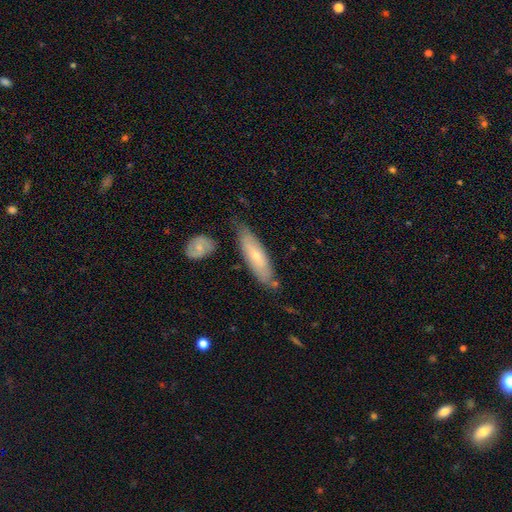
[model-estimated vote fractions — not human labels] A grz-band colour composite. It shows a smooth galaxy with no disk features (50%) that is cigar-shaped (61%). Merging: none (69%).